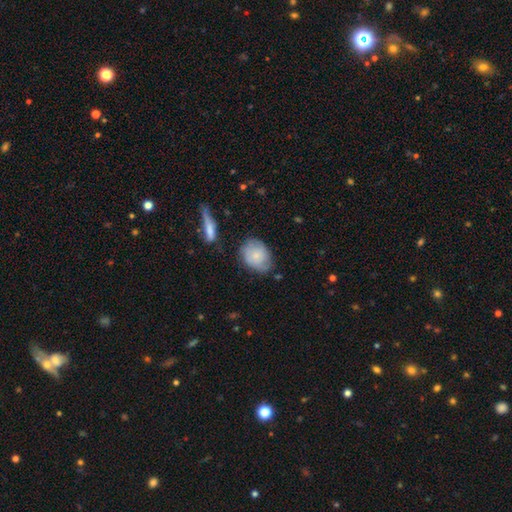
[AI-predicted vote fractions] Smooth or featured? smooth (72%)
How rounded? in between (62%)
Merging? none (64%)